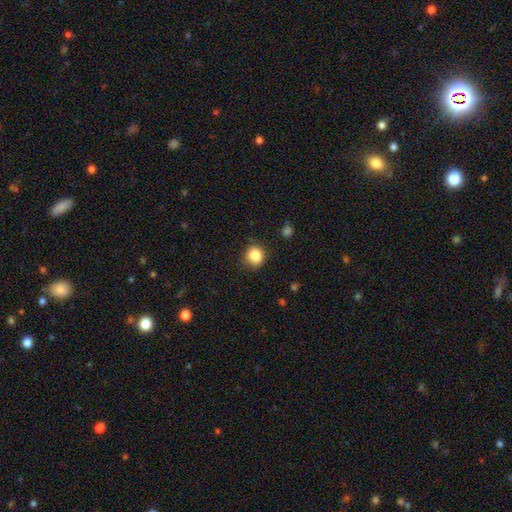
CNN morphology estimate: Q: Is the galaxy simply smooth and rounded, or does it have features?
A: smooth — 85%.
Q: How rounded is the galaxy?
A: round — 83%.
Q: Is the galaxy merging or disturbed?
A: none — 84%.